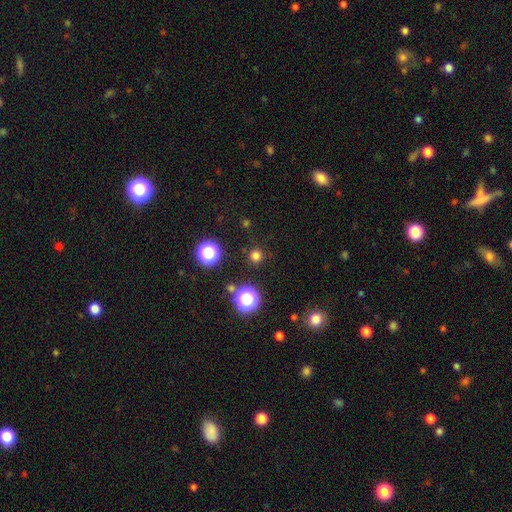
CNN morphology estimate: Smooth or featured: smooth — 74% (star or artifact — 22%)
How rounded: round — 95% (in between — 4%)
Merging: none — 90% (minor disturbance — 6%)